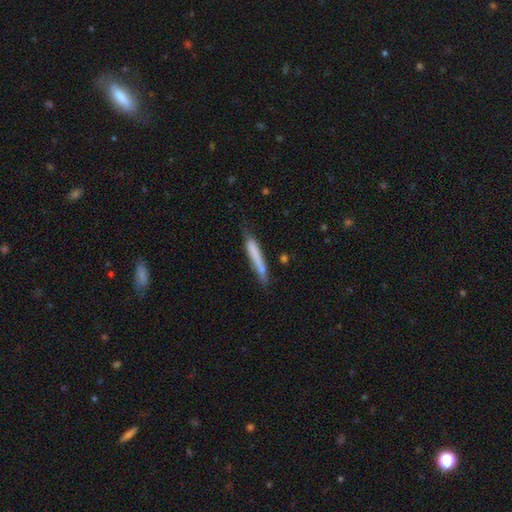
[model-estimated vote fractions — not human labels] Overall: smooth (68%). How rounded: cigar-shaped (95%). Merging: none (62%; minor disturbance 26%).